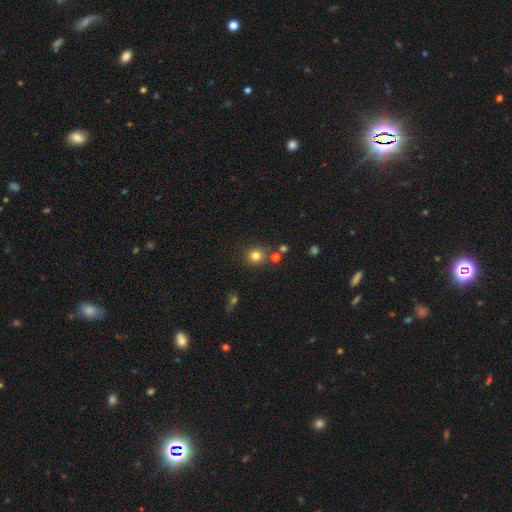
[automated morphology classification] This appears to be a smooth galaxy with no disk features (79%) that is round (90%). Merging: none (81%).